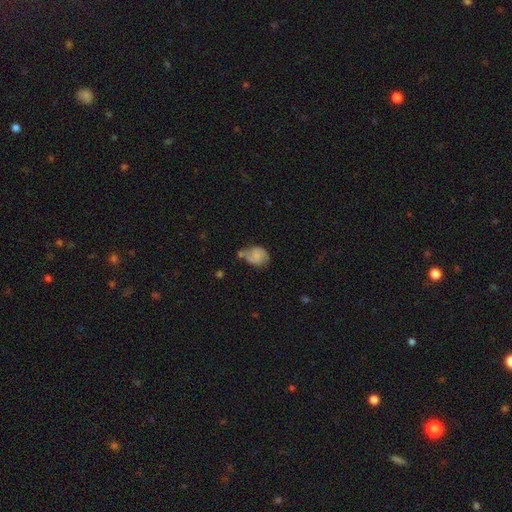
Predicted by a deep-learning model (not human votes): Smooth or featured: smooth — 47% (featured or disk — 44%)
Merging: none — 40% (minor disturbance — 31%)